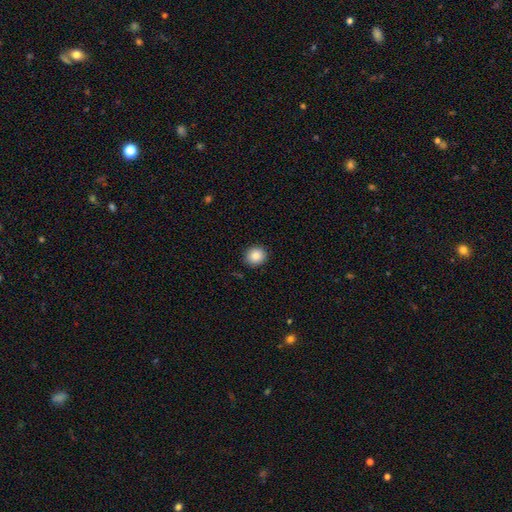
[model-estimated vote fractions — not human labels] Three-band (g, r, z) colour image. It shows a smooth galaxy with no disk features (86%) that is round (84%). Merging: none (90%).